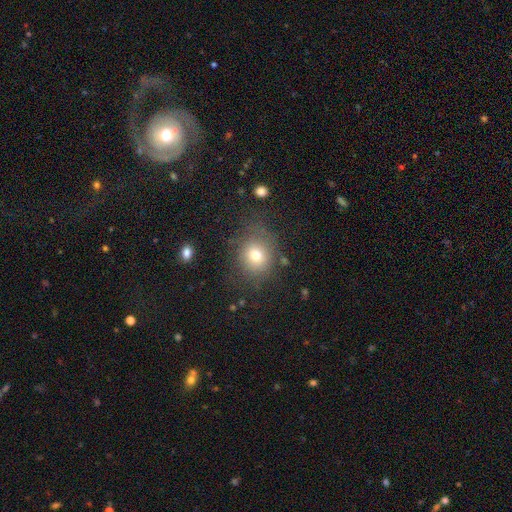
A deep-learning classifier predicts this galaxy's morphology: A smooth galaxy with no disk features (73%) that is round (75%). Merging: none (73%).